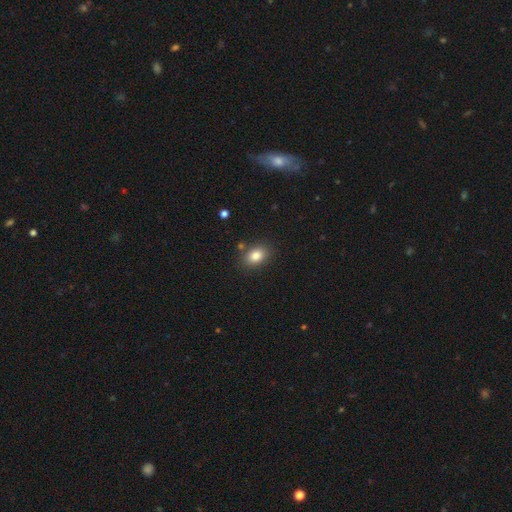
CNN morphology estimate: A smooth galaxy with no disk features (84%) that is in between round and cigar-shaped (75%).

Vote fractions:
- Smooth or featured? smooth: 84% / star or artifact: 9% / featured or disk: 7%
- How rounded? in between: 75% / round: 24% / cigar-shaped: 1%
- Merging? none: 83% / minor disturbance: 11% / merger: 4% / major disturbance: 3%